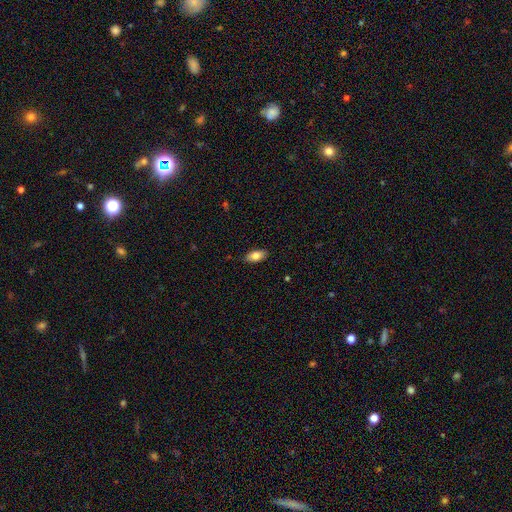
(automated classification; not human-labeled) A smooth galaxy with no disk features (79%) that is in between round and cigar-shaped (90%). Merging: none (87%).